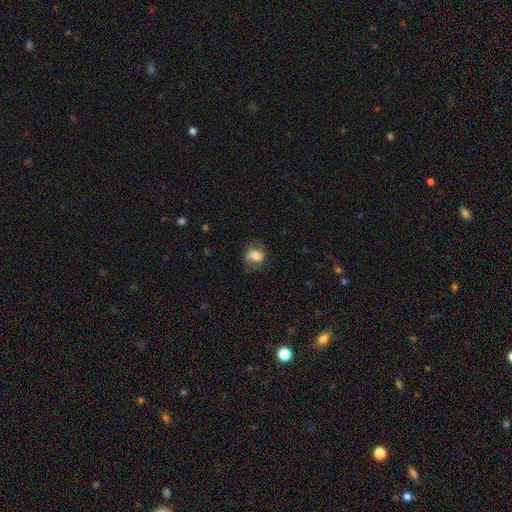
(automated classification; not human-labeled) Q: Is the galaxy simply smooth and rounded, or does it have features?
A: smooth — 53%.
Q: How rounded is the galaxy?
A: round — 52%.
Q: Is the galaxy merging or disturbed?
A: none — 59%.